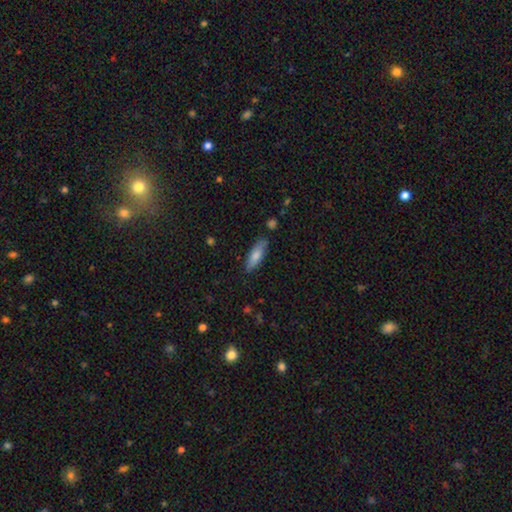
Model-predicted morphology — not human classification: The model was most divided on "how rounded" (2-way tie): in between: 49%, cigar-shaped: 49%, round: 2%. More confident: merging — none (82%); smooth or featured — smooth (78%).